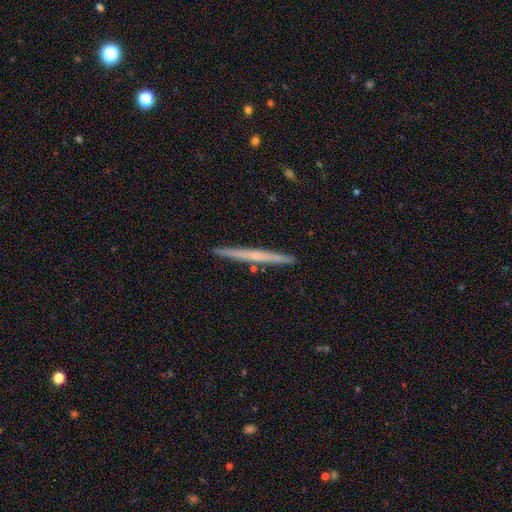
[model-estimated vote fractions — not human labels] Smooth or featured: featured or disk — 53% (smooth — 41%)
Edge-on disk: yes — 98% (no — 2%)
Edge-on bulge: none — 80% (rounded — 15%)
Merging: none — 92% (minor disturbance — 5%)